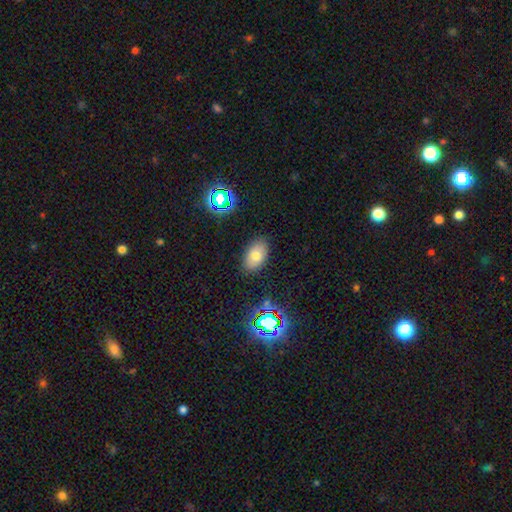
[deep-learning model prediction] Smooth or featured?
  - smooth: 73% *
  - star or artifact: 14%
  - featured or disk: 13%
How rounded?
  - in between: 92% *
  - round: 7%
  - cigar-shaped: 1%
Merging?
  - none: 85% *
  - minor disturbance: 11%
  - major disturbance: 3%
  - merger: 2%